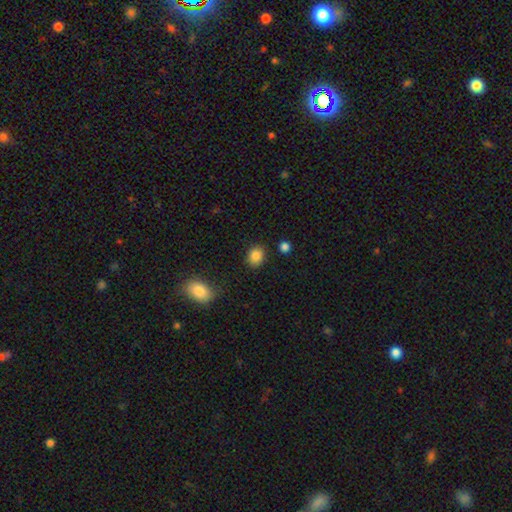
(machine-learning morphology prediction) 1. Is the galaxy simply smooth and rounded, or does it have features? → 86% smooth, 9% star or artifact, 5% featured or disk.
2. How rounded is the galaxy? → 50% in between, 49% round, 1% cigar-shaped.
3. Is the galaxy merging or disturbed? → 83% none, 11% minor disturbance, 3% merger, 3% major disturbance.